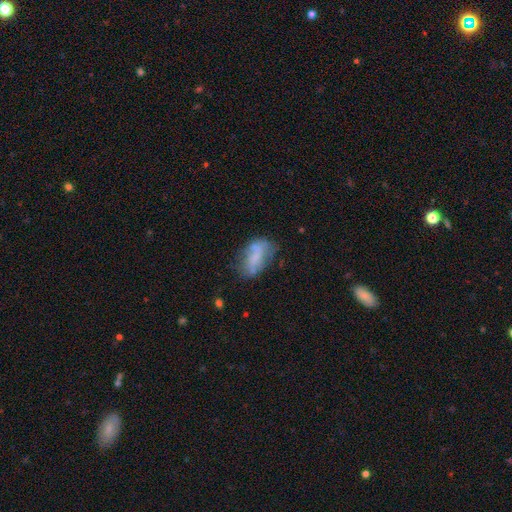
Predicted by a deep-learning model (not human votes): The model was most divided on "smooth or featured": smooth: 49%, featured or disk: 41%, star or artifact: 10%. Remaining: merging — none (45%).